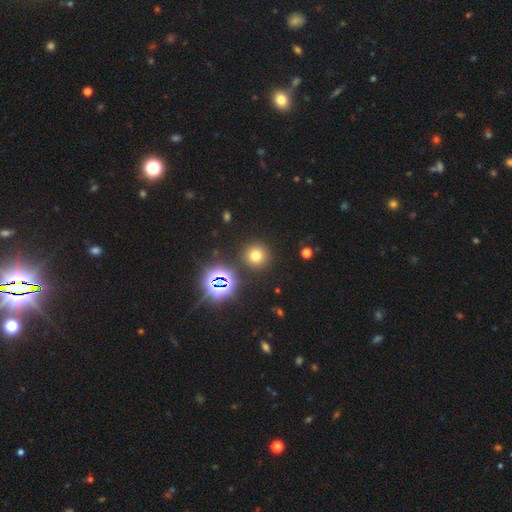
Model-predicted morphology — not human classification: type=smooth (67%); roundness=round (94%); merging=none (88%).